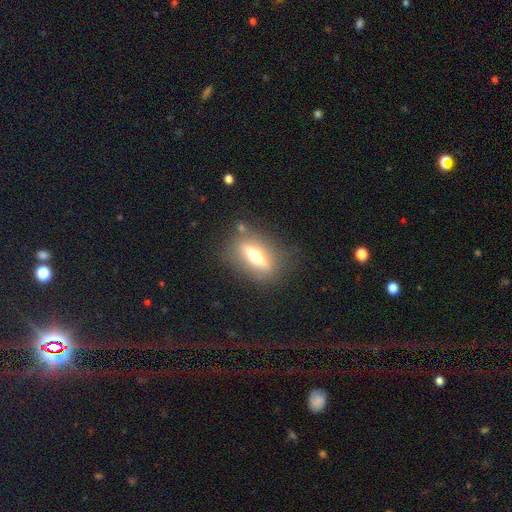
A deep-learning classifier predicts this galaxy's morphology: type=featured or disk (59%); edge-on=yes (77%); merging=none (78%).